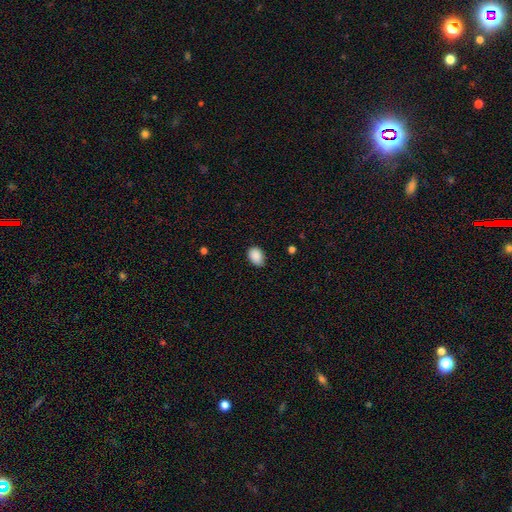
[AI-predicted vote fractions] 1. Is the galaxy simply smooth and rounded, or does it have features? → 89% smooth, 8% star or artifact, 3% featured or disk.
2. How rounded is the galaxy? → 77% in between, 22% round, 1% cigar-shaped.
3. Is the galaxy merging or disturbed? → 75% none, 21% minor disturbance, 3% major disturbance, 1% merger.